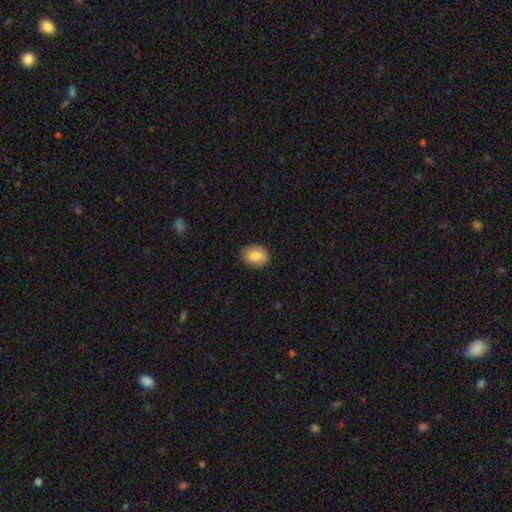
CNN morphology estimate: This appears to be a smooth galaxy with no disk features (84%) that is in between round and cigar-shaped (57%). Merging: none (88%).